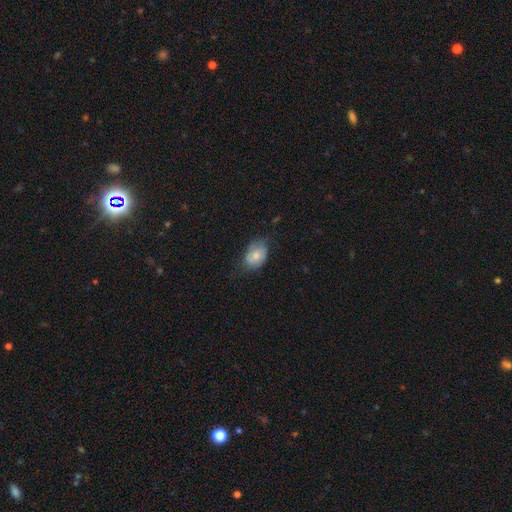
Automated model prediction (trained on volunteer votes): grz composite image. It shows a smooth galaxy with no disk features (62%) that is in between round and cigar-shaped (79%). Merging: none (55%).